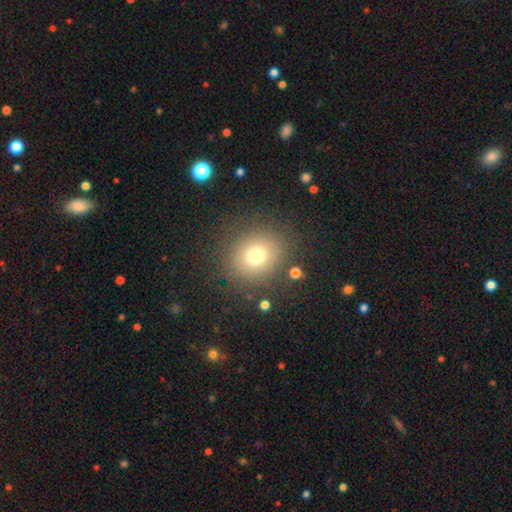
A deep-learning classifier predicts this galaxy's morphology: A smooth galaxy with no disk features (73%) that is round (82%).

Vote fractions:
- Smooth or featured? smooth: 73% / star or artifact: 16% / featured or disk: 11%
- How rounded? round: 82% / in between: 17% / cigar-shaped: 1%
- Merging? none: 84% / minor disturbance: 8% / major disturbance: 5% / merger: 2%